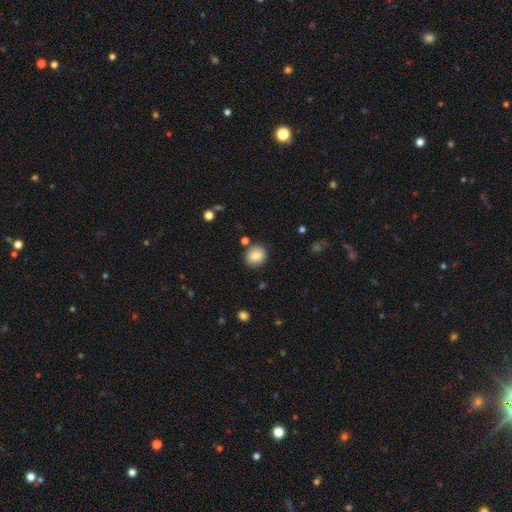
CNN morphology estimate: smooth 84%, star or artifact 9%, featured or disk 7%. Down the decision tree: how rounded — round (79%); merging — none (84%).